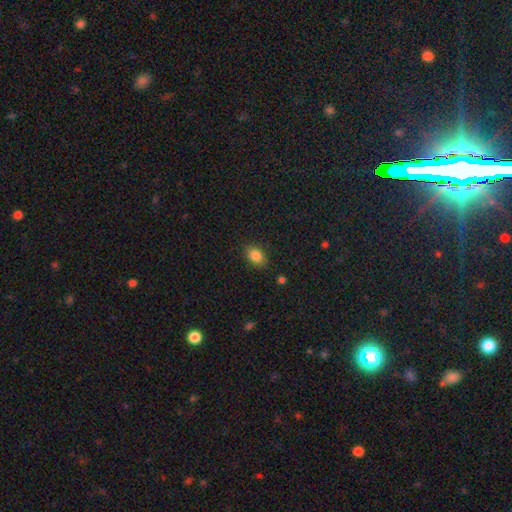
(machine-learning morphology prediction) A smooth galaxy with no disk features (85%) that is in between round and cigar-shaped (78%).

Vote fractions:
- Smooth or featured? smooth: 85% / star or artifact: 10% / featured or disk: 6%
- How rounded? in between: 78% / round: 21% / cigar-shaped: 1%
- Merging? none: 84% / minor disturbance: 12% / major disturbance: 3% / merger: 1%